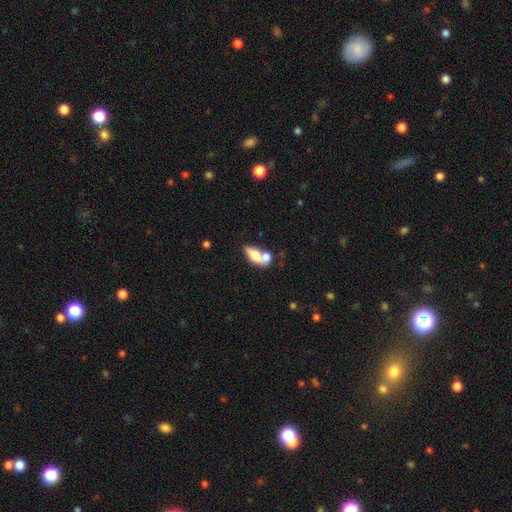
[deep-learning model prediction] A smooth galaxy with no disk features (68%) that is in between round and cigar-shaped (82%). Merging: merger (55%).